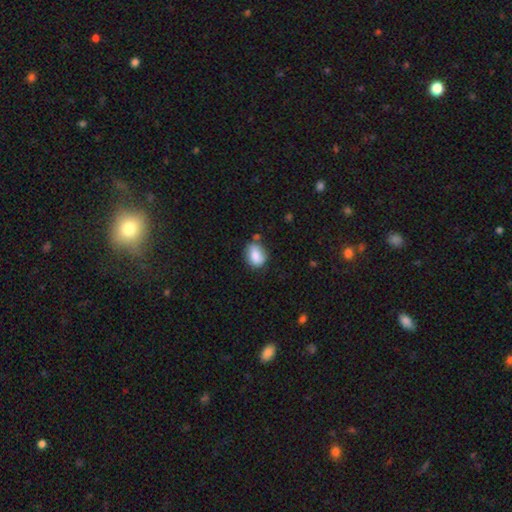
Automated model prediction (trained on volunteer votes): The model was most divided on "how rounded": in between: 64%, round: 35%, cigar-shaped: 1%. More confident: smooth or featured — smooth (84%); merging — none (63%).